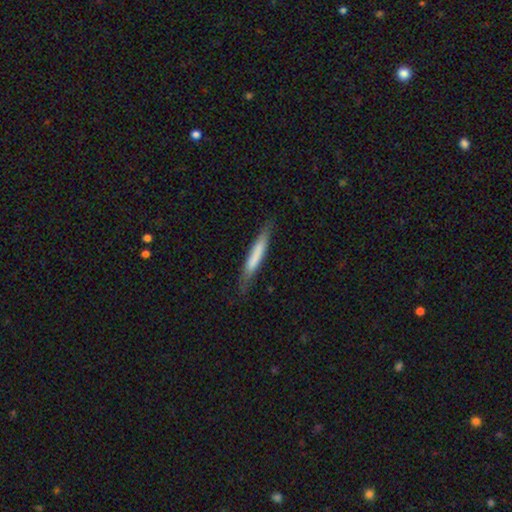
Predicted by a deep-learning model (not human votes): Smooth or featured?
  - smooth: 69% *
  - featured or disk: 26%
  - star or artifact: 5%
How rounded?
  - cigar-shaped: 93% *
  - in between: 5%
  - round: 1%
Merging?
  - none: 80% *
  - minor disturbance: 16%
  - major disturbance: 3%
  - merger: 1%